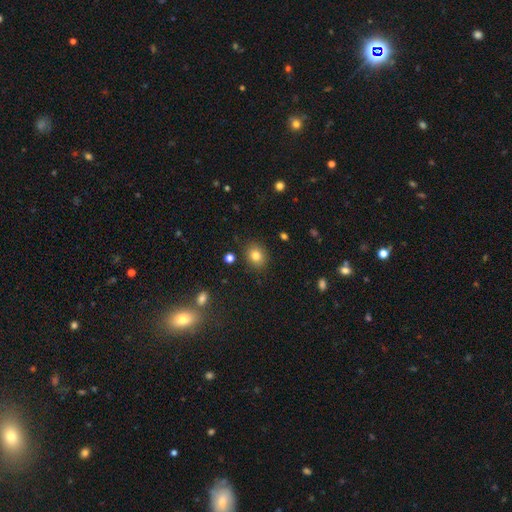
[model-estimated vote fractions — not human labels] This appears to be a smooth galaxy with no disk features (81%) that is round (58%). Merging: none (87%).